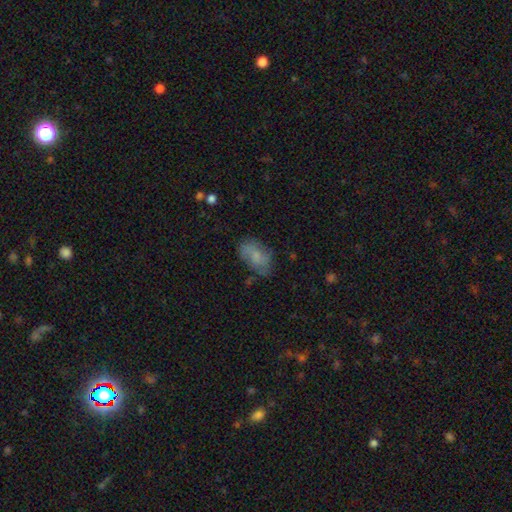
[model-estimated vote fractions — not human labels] smooth 63%, featured or disk 28%, star or artifact 9%. Down the decision tree: how rounded — in between (90%); merging — none (61%).